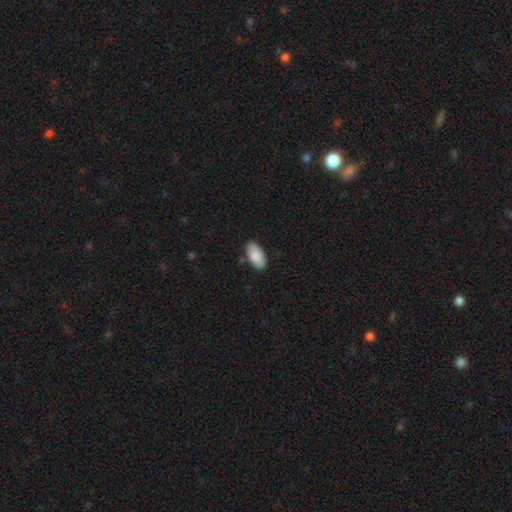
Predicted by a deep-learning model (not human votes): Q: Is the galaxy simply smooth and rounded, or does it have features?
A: smooth — 85%.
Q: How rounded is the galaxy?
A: in between — 94%.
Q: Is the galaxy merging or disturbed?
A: none — 84%.